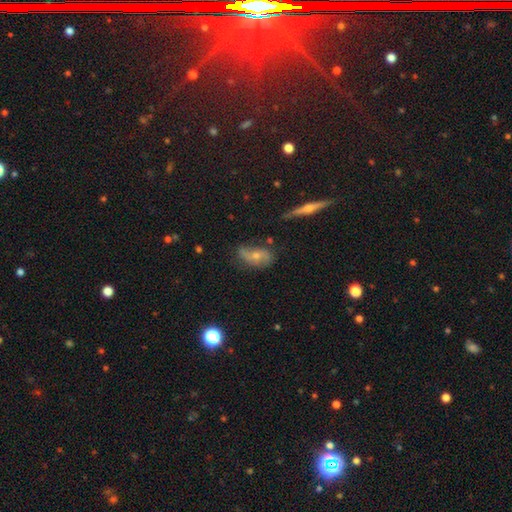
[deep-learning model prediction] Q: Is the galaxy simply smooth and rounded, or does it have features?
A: featured or disk — 62%.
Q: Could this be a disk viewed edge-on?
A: no — 86%.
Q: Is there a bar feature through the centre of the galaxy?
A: no — 70%.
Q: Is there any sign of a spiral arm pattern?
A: yes — 78%.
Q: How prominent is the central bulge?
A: small — 50%.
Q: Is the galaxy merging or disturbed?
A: none — 58%.